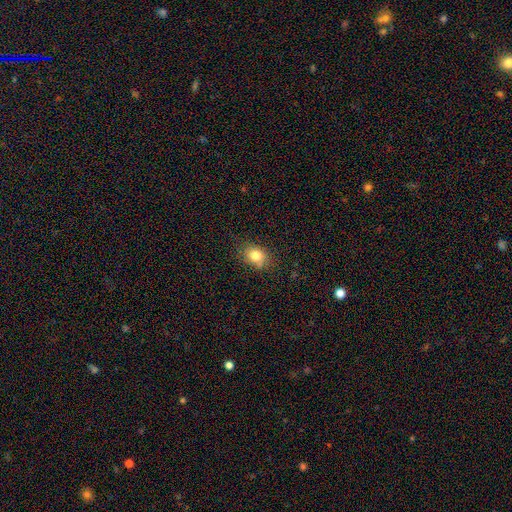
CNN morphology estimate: smooth_or_featured: smooth (p=0.81) [alt: star or artifact p=0.11]
how_rounded: in between (p=0.60) [alt: round p=0.39]
merging: none (p=0.76) [alt: minor disturbance p=0.18]